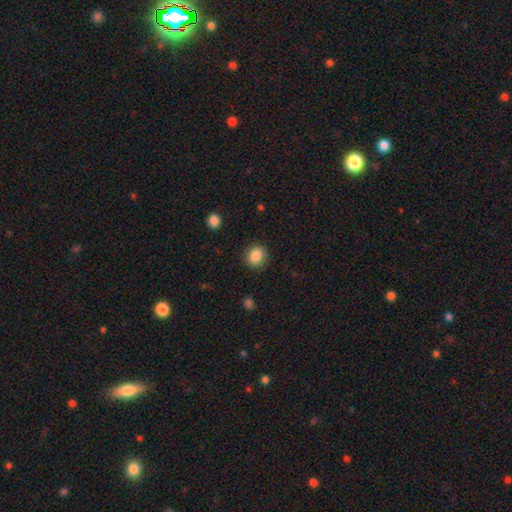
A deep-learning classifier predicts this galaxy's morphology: Smooth or featured?
  - smooth: 86% *
  - star or artifact: 9%
  - featured or disk: 5%
How rounded?
  - round: 73% *
  - in between: 26%
  - cigar-shaped: 1%
Merging?
  - none: 89% *
  - minor disturbance: 7%
  - major disturbance: 3%
  - merger: 1%